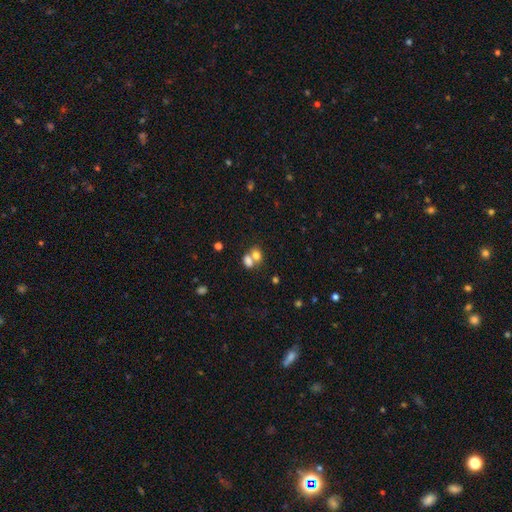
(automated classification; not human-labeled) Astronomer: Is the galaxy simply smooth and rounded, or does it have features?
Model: smooth — 76%.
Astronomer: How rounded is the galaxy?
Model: in between — 66%.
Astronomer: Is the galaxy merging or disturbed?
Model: merger — 59%.